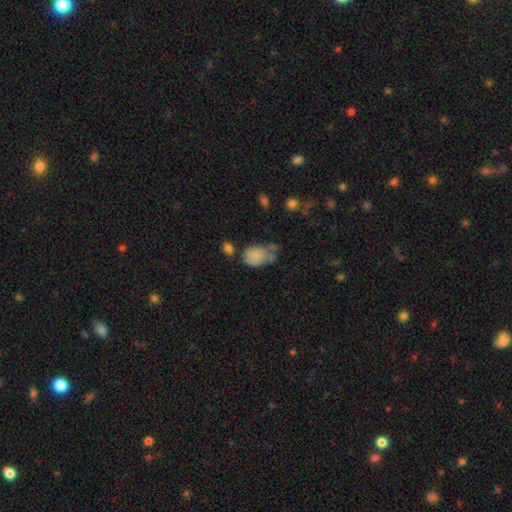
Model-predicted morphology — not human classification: A smooth galaxy with no disk features (78%) that is in between round and cigar-shaped (80%).

Vote fractions:
- Smooth or featured? smooth: 78% / featured or disk: 13% / star or artifact: 9%
- How rounded? in between: 80% / round: 19% / cigar-shaped: 1%
- Merging? minor disturbance: 35% / none: 30% / major disturbance: 21% / merger: 15%